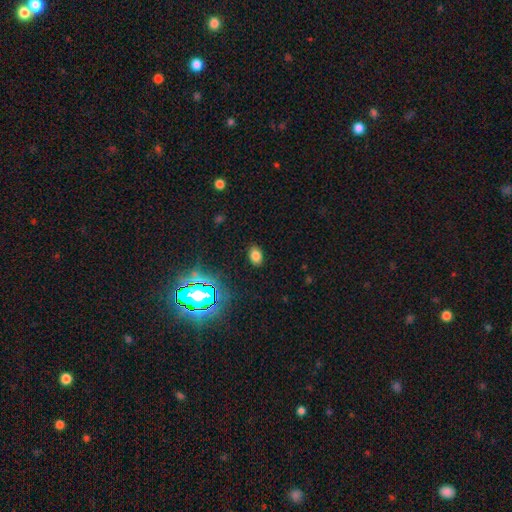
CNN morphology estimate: Smooth or featured? smooth (73%)
How rounded? in between (80%)
Merging? none (86%)